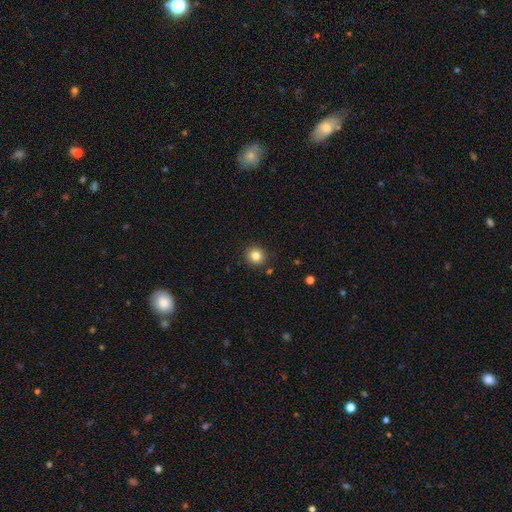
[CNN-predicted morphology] A smooth galaxy with no disk features (83%) that is round (91%). Merging: none (90%).